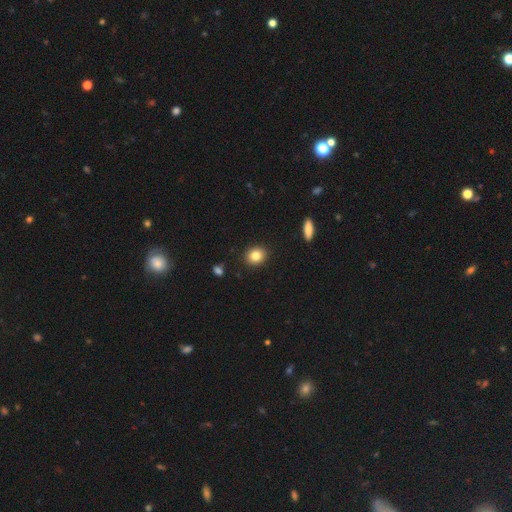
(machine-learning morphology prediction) type=smooth (83%); roundness=round (67%); merging=none (91%).